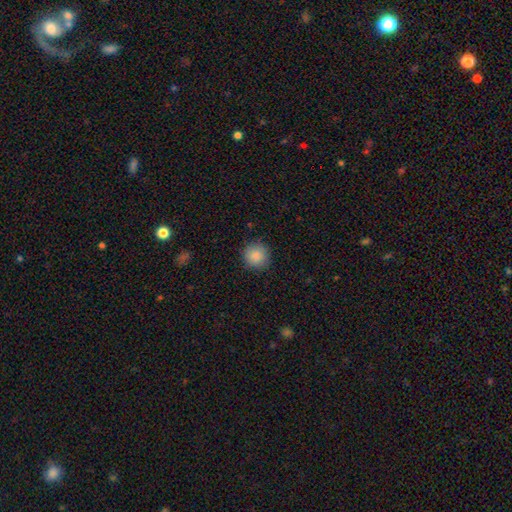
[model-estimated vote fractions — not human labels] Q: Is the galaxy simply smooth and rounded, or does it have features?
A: smooth — 87%.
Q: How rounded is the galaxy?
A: round — 94%.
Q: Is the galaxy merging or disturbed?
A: none — 90%.